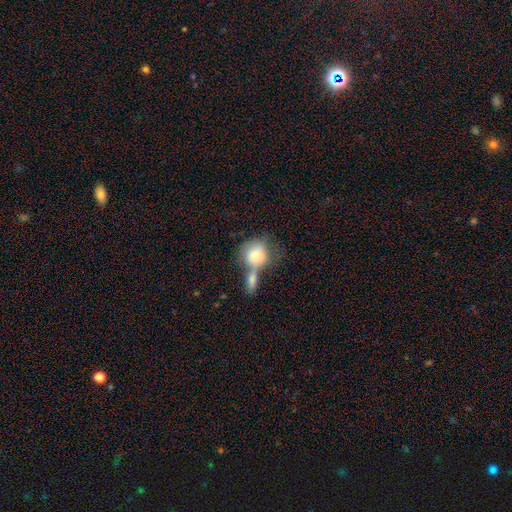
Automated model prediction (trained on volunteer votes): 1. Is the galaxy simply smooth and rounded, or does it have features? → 78% smooth, 16% featured or disk, 7% star or artifact.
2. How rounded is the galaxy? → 67% round, 31% in between, 2% cigar-shaped.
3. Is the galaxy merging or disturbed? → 55% merger, 26% none, 11% minor disturbance, 8% major disturbance.